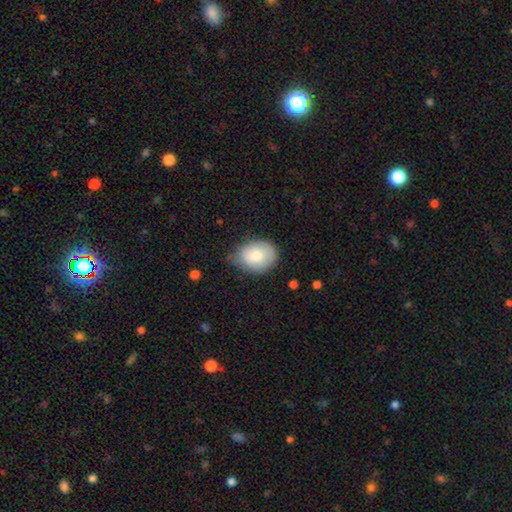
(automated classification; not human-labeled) The model was most divided on "how rounded": in between: 59%, round: 40%, cigar-shaped: 1%. More confident: smooth or featured — smooth (81%); merging — none (62%).